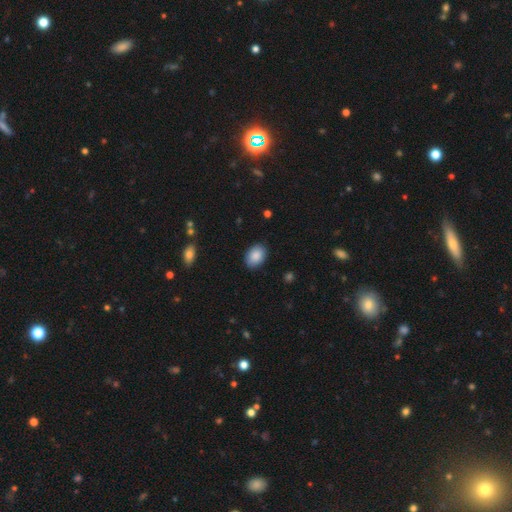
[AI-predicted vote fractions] Smooth or featured?
  - smooth: 89% *
  - star or artifact: 7%
  - featured or disk: 4%
How rounded?
  - in between: 81% *
  - round: 18%
  - cigar-shaped: 1%
Merging?
  - none: 87% *
  - minor disturbance: 10%
  - major disturbance: 2%
  - merger: 1%